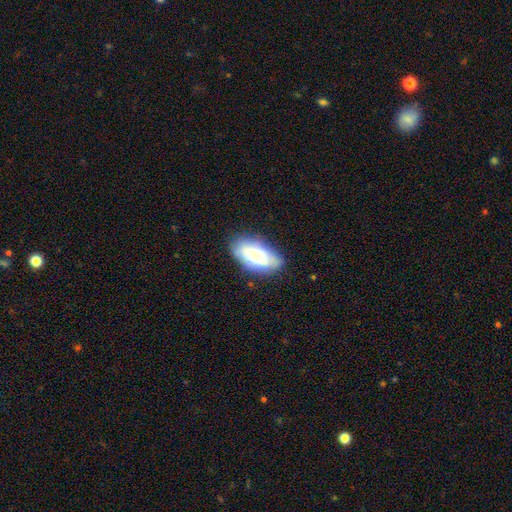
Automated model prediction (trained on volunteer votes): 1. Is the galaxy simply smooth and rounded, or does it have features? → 71% smooth, 22% featured or disk, 7% star or artifact.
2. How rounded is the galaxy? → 91% in between, 6% cigar-shaped, 3% round.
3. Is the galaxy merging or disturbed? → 73% none, 20% minor disturbance, 5% major disturbance, 2% merger.